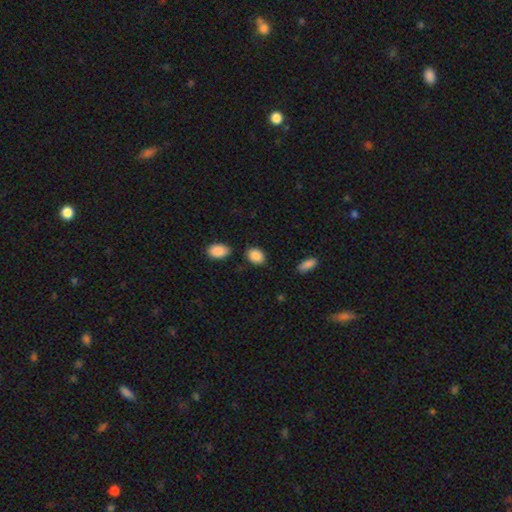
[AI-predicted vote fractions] smooth_or_featured: smooth (p=0.89) [alt: star or artifact p=0.07]
how_rounded: in between (p=0.72) [alt: round p=0.26]
merging: none (p=0.78) [alt: minor disturbance p=0.14]